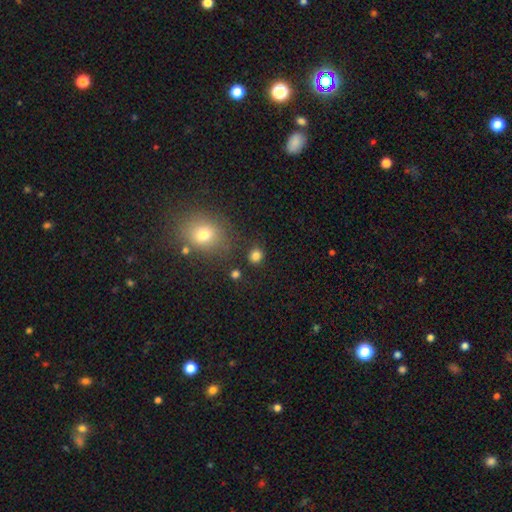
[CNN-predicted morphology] Overall: smooth (82%). How rounded: round (81%). Merging: none (83%).